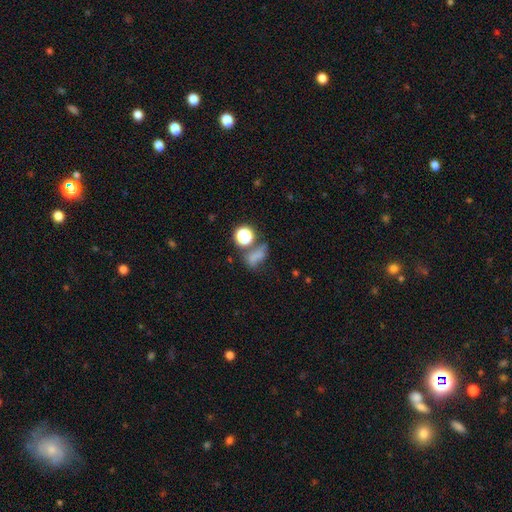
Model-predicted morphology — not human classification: type=smooth (61%); roundness=in between (57%); merging=none (37%).